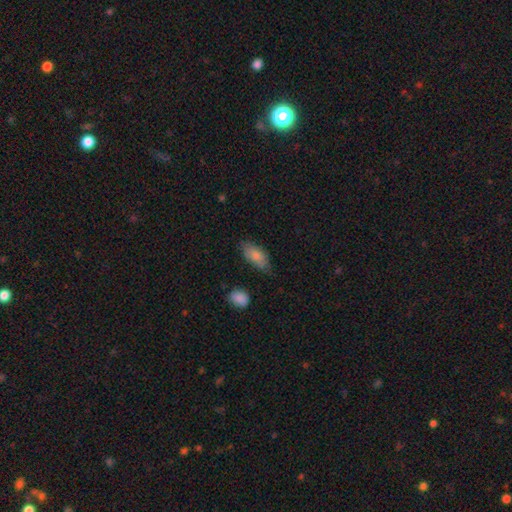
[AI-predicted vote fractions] A smooth galaxy with no disk features (81%) that is in between round and cigar-shaped (89%).

Vote fractions:
- Smooth or featured? smooth: 81% / featured or disk: 13% / star or artifact: 7%
- How rounded? in between: 89% / cigar-shaped: 8% / round: 3%
- Merging? none: 65% / minor disturbance: 27% / major disturbance: 6% / merger: 3%